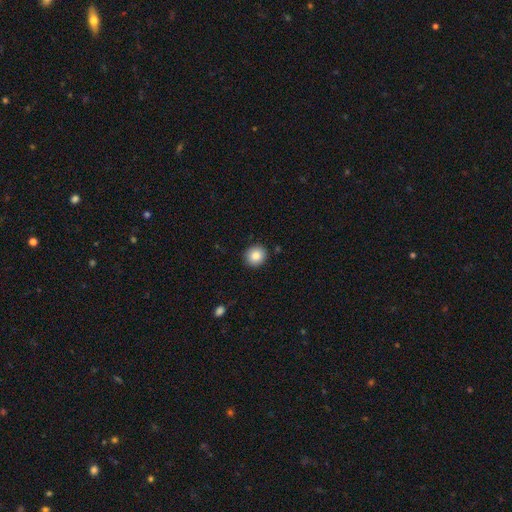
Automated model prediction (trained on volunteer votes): This is clearly a smooth galaxy (87%). How rounded: clearly round (88%). Merging: clearly none (90%).